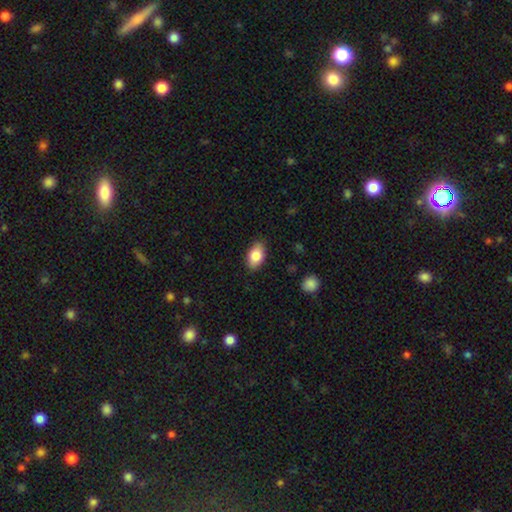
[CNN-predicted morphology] Smooth or featured?
  - smooth: 83% *
  - featured or disk: 10%
  - star or artifact: 7%
How rounded?
  - in between: 91% *
  - round: 7%
  - cigar-shaped: 2%
Merging?
  - none: 86% *
  - minor disturbance: 11%
  - major disturbance: 2%
  - merger: 1%